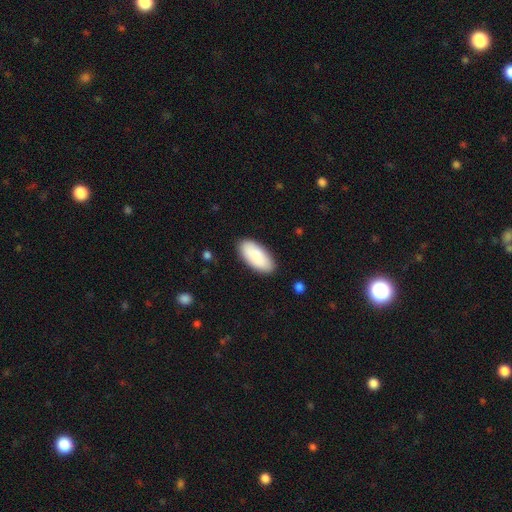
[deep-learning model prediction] The model was most divided on "merging": none: 87%, minor disturbance: 10%, major disturbance: 2%, merger: 1%. More confident: how rounded — in between (91%); smooth or featured — smooth (87%).